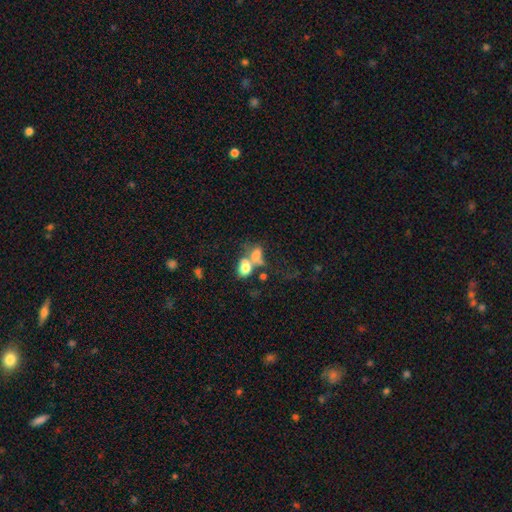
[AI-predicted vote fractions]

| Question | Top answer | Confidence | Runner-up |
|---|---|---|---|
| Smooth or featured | smooth | 68% | featured or disk (19%) |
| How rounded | in between | 77% | round (20%) |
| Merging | merger | 63% | none (19%) |